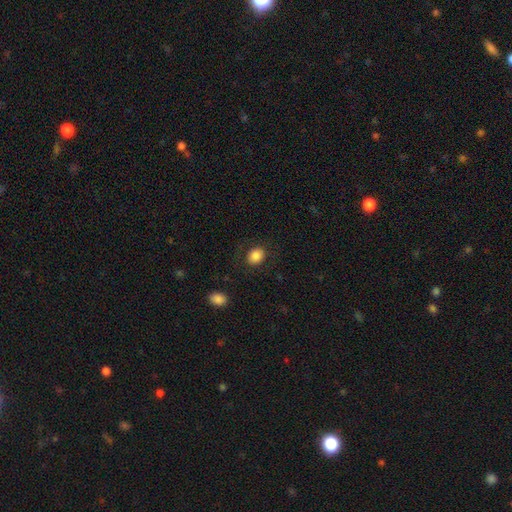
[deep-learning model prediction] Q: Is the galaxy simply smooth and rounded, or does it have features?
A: smooth — 85%.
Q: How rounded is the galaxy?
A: in between — 50%.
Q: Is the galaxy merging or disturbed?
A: none — 85%.